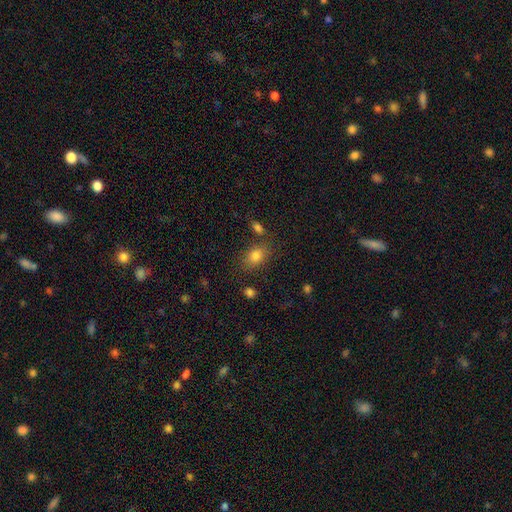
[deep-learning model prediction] A smooth galaxy with no disk features (81%) that is in between round and cigar-shaped (77%). Merging: none (75%).